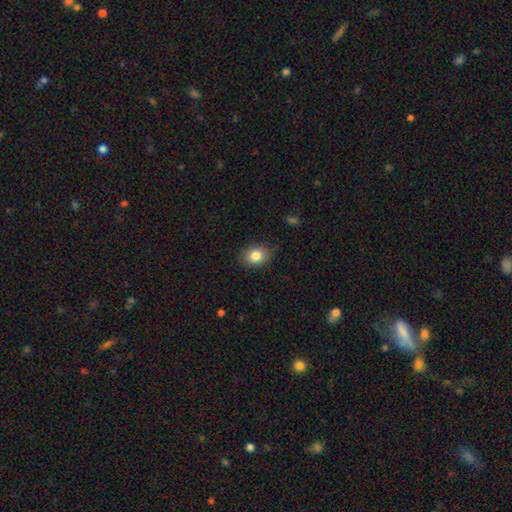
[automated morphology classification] Smooth or featured: smooth — 83% (star or artifact — 9%)
How rounded: in between — 60% (round — 39%)
Merging: none — 86% (minor disturbance — 11%)